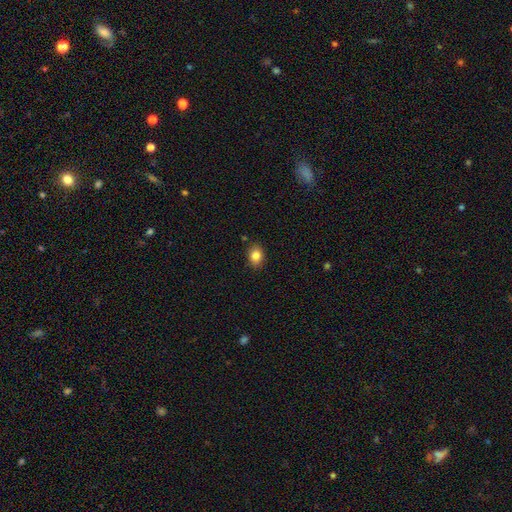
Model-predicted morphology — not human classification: smooth_or_featured: smooth (p=0.84) [alt: star or artifact p=0.09]
how_rounded: in between (p=0.60) [alt: round p=0.39]
merging: none (p=0.85) [alt: minor disturbance p=0.11]